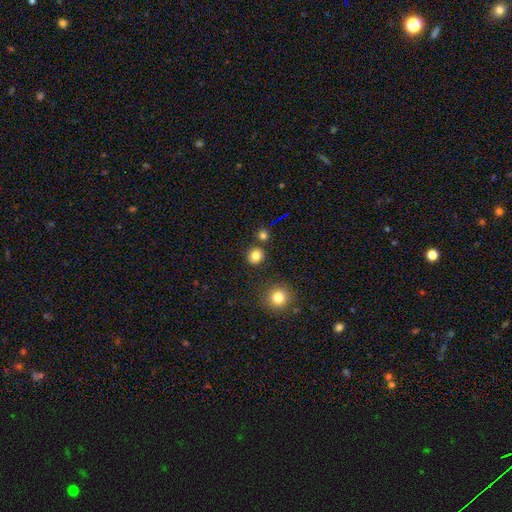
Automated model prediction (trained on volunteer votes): Smooth or featured? Predicted: smooth (p=0.81). How rounded? Predicted: round (p=0.85). Merging? Predicted: none (p=0.85).